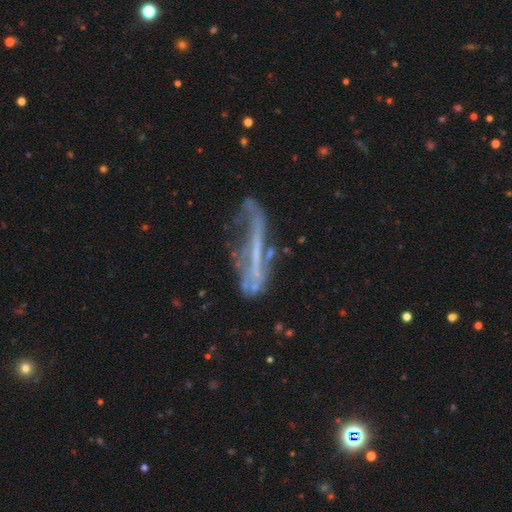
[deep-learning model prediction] The model was most divided on "merging": none: 36%, major disturbance: 32%, minor disturbance: 25%, merger: 8%. More confident: smooth or featured — featured or disk (67%); edge-on disk — no (56%).